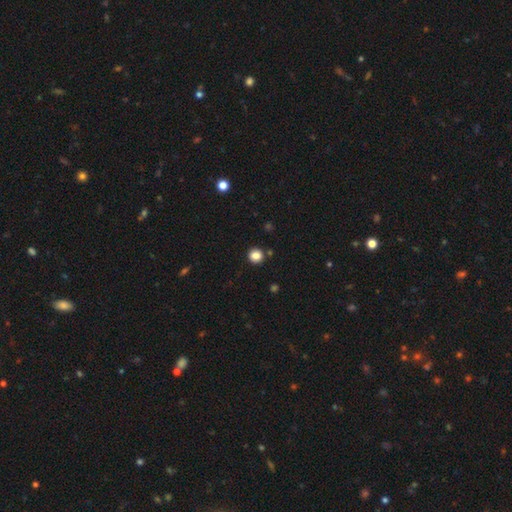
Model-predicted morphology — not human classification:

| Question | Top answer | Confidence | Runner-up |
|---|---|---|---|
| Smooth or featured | smooth | 85% | star or artifact (11%) |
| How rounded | round | 92% | in between (7%) |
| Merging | none | 89% | minor disturbance (6%) |